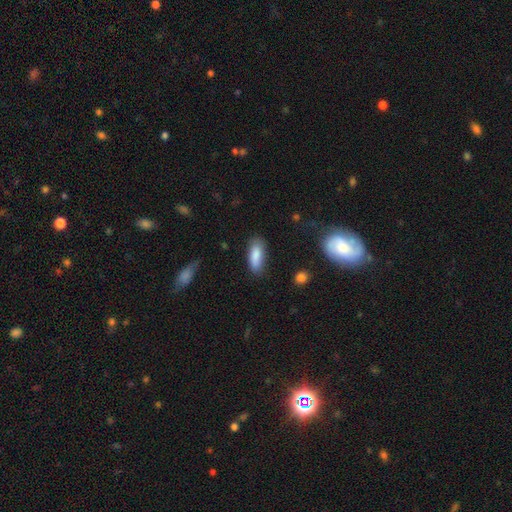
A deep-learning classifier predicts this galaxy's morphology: The model was most divided on "how rounded": in between: 71%, cigar-shaped: 27%, round: 2%. More confident: smooth or featured — smooth (86%); merging — none (76%).